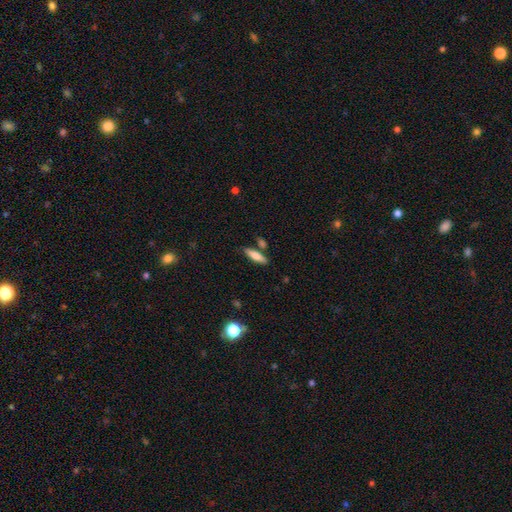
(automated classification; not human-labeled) The model was most divided on "how rounded": cigar-shaped: 66%, in between: 32%, round: 2%. More confident: merging — none (77%); smooth or featured — smooth (74%).